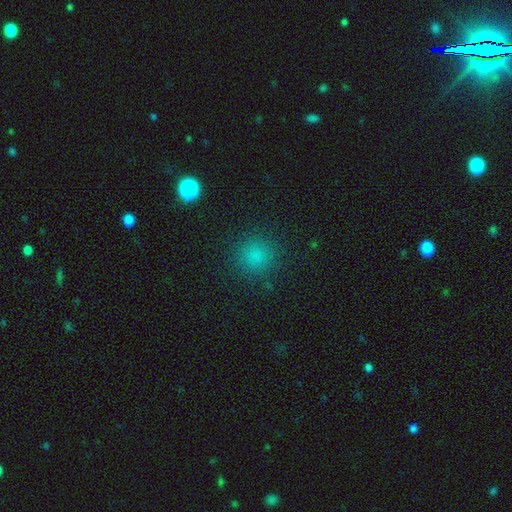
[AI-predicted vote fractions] Morphology: type=smooth (79%); roundness=round (92%); merging=none (88%).